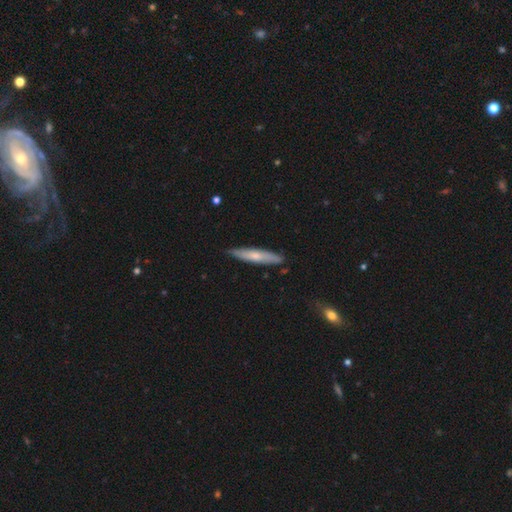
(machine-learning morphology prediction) smooth-or-featured: smooth: 55% | featured or disk: 39% | star or artifact: 6%
  how-rounded: cigar-shaped: 89% | in between: 10% | round: 1%
  merging: none: 87% | minor disturbance: 10% | major disturbance: 2% | merger: 1%